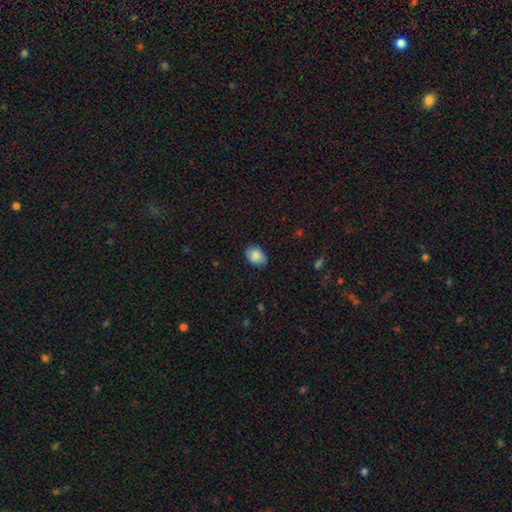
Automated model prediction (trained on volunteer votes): This is clearly a smooth galaxy (85%). How rounded: likely in between (74%). Merging: likely none (79%).